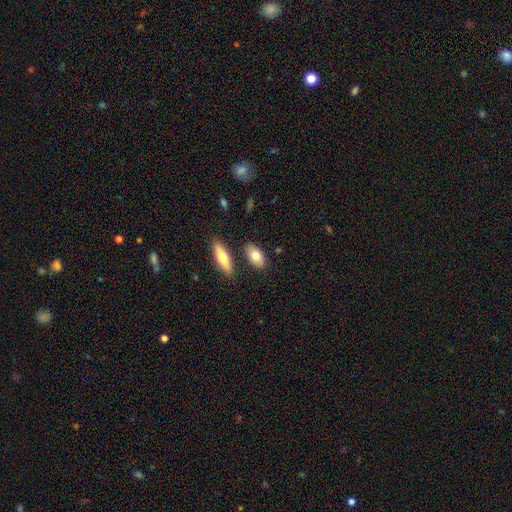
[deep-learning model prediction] Smooth or featured: smooth — 77% (featured or disk — 17%)
How rounded: in between — 88% (cigar-shaped — 7%)
Merging: none — 81% (minor disturbance — 10%)